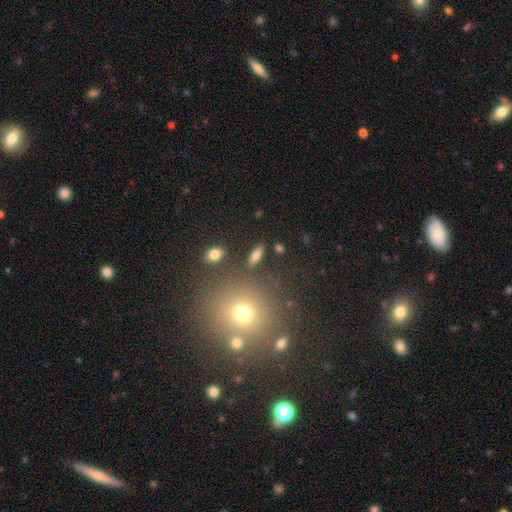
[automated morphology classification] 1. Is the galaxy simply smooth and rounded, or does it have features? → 70% smooth, 19% featured or disk, 11% star or artifact.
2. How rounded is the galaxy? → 70% in between, 23% cigar-shaped, 7% round.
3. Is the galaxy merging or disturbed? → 83% none, 9% minor disturbance, 4% merger, 3% major disturbance.